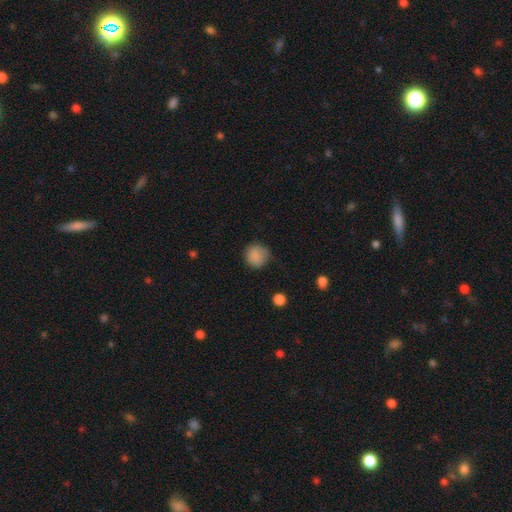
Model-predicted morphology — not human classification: smooth-or-featured: smooth: 85% | star or artifact: 9% | featured or disk: 7%
  how-rounded: round: 88% | in between: 11% | cigar-shaped: 1%
  merging: none: 69% | minor disturbance: 23% | major disturbance: 7% | merger: 1%